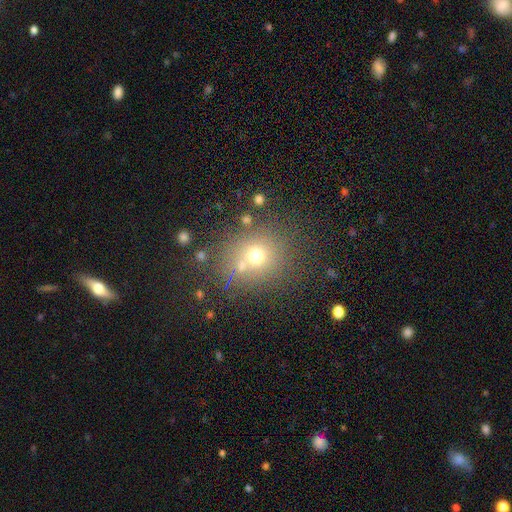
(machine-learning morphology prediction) Smooth or featured: smooth — 64% (star or artifact — 21%)
How rounded: round — 77% (in between — 22%)
Merging: none — 66% (merger — 17%)